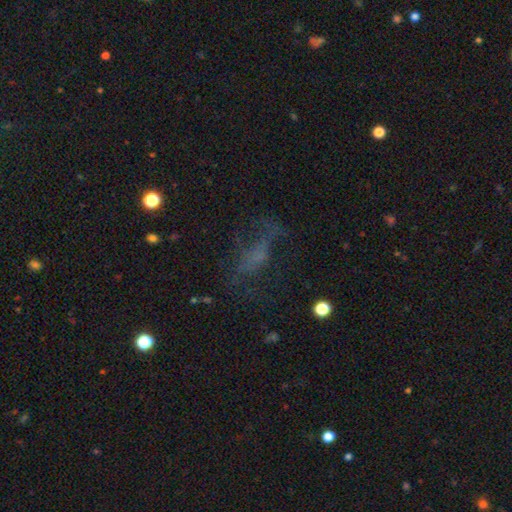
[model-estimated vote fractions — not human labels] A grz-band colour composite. It shows a featured or disk galaxy (36%, tied with smooth). Merging: none (49%).